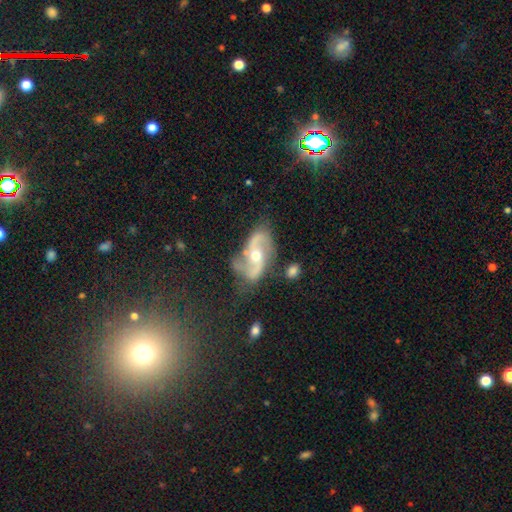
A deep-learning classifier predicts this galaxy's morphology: featured or disk 86%, smooth 8%, star or artifact 6%. Down the decision tree: edge-on disk — no (96%); bar — no (54%); spiral arms — yes (94%); spiral arm count — 2 (92%); spiral winding — loose (62%); bulge size — moderate (72%); merging — none (64%).